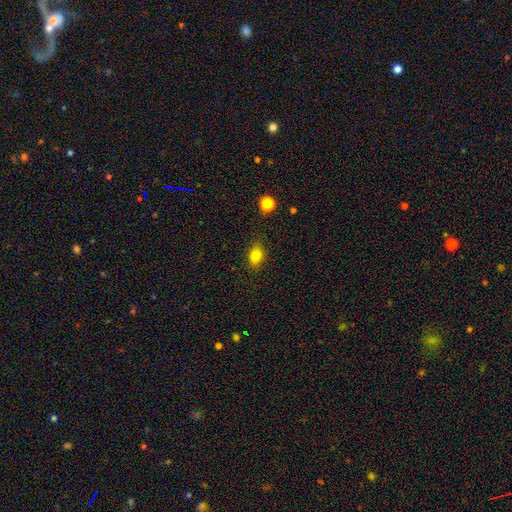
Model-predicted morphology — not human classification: smooth-or-featured: smooth: 81% | star or artifact: 11% | featured or disk: 8%
  how-rounded: in between: 75% | round: 23% | cigar-shaped: 2%
  merging: none: 85% | minor disturbance: 11% | major disturbance: 3% | merger: 1%